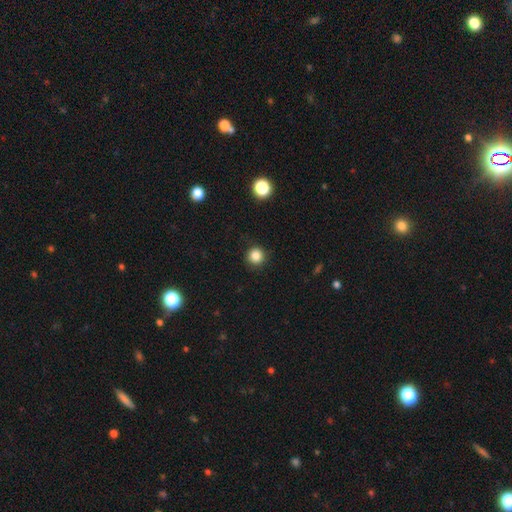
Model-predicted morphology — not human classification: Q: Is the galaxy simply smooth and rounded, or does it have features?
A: smooth — 84%.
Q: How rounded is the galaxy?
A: round — 94%.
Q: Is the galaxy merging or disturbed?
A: none — 91%.